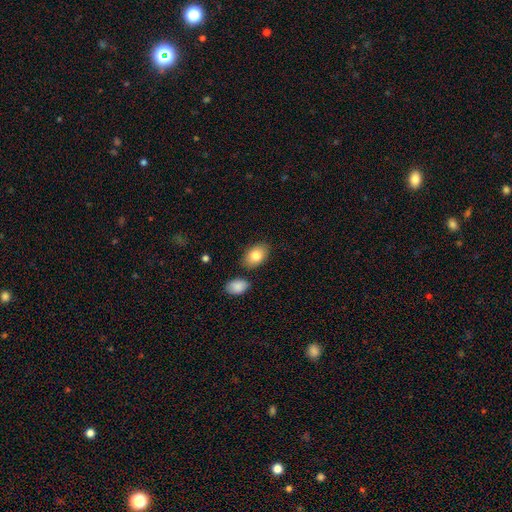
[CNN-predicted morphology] smooth 83%, featured or disk 11%, star or artifact 7%. Down the decision tree: how rounded — in between (85%); merging — none (81%).